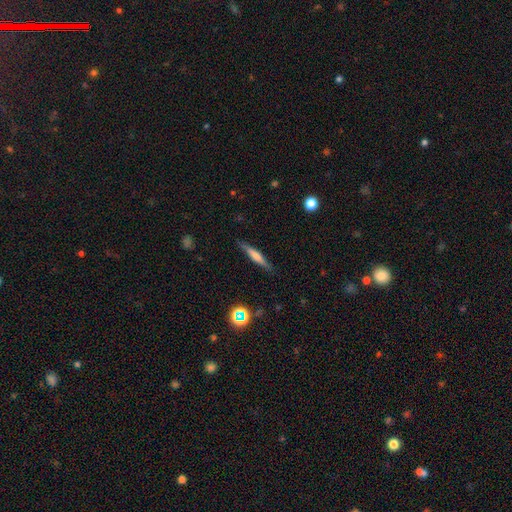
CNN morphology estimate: This appears to be a featured or disk galaxy (47%). Merging: none (86%).